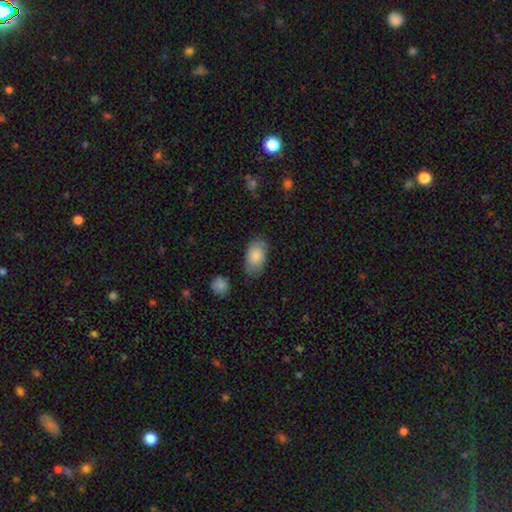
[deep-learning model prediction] The model was most divided on "merging": none: 72%, minor disturbance: 21%, major disturbance: 5%, merger: 3%. More confident: how rounded — in between (93%); smooth or featured — smooth (83%).